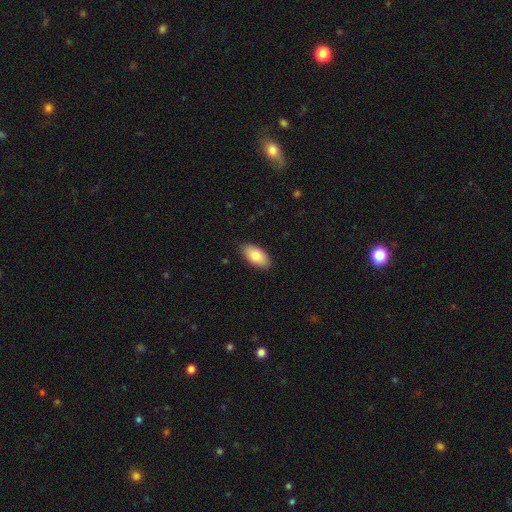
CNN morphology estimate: Smooth or featured: smooth — 80% (featured or disk — 13%)
How rounded: in between — 94% (cigar-shaped — 3%)
Merging: none — 87% (minor disturbance — 11%)